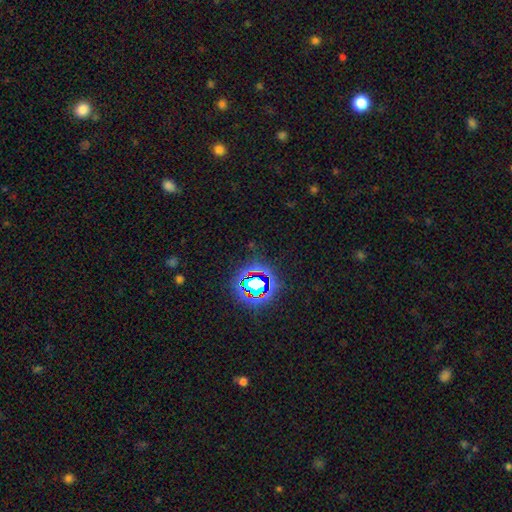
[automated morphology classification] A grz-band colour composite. It shows a star or artifact, not a galaxy (77%).